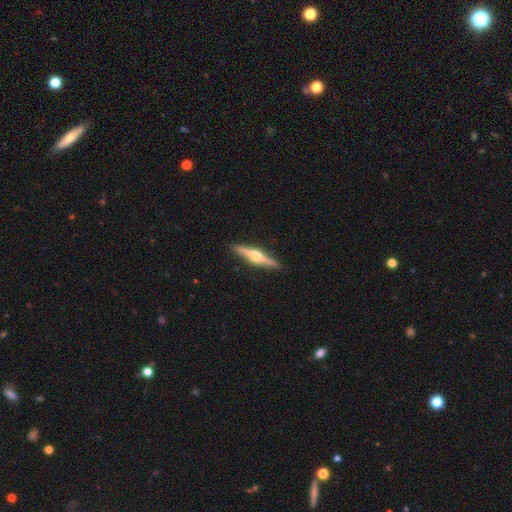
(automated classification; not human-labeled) The model was most divided on "smooth or featured": featured or disk: 76%, smooth: 19%, star or artifact: 5%. More confident: edge-on disk — yes (98%); edge-on bulge — rounded (94%); merging — none (91%).